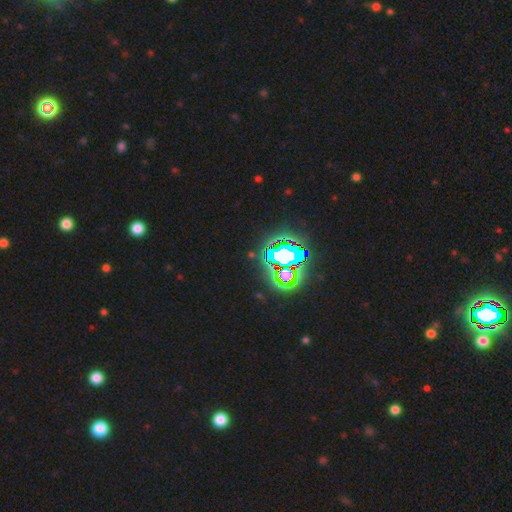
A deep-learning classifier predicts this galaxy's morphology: Q: Smooth or featured?
A: star or artifact (76%); runner-up: featured or disk (12%)